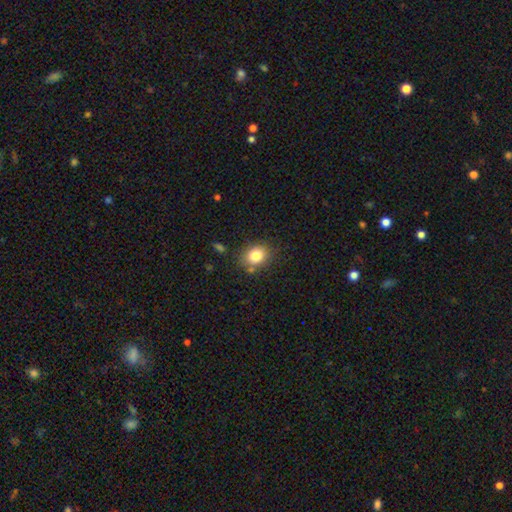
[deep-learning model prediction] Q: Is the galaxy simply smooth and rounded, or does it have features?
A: smooth — 81%.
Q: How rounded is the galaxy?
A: round — 50%.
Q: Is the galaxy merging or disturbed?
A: none — 78%.